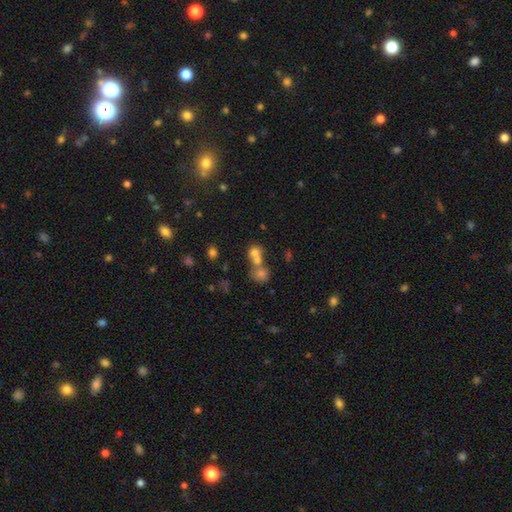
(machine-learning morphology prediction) Overall: smooth (67%). How rounded: round (70%). Merging: merger (60%; none 30%).